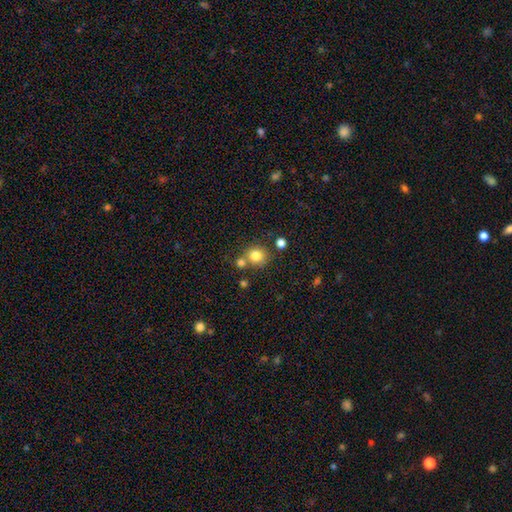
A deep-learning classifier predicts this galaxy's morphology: This is likely a smooth galaxy (80%). How rounded: clearly round (86%). Merging: likely none (65%).